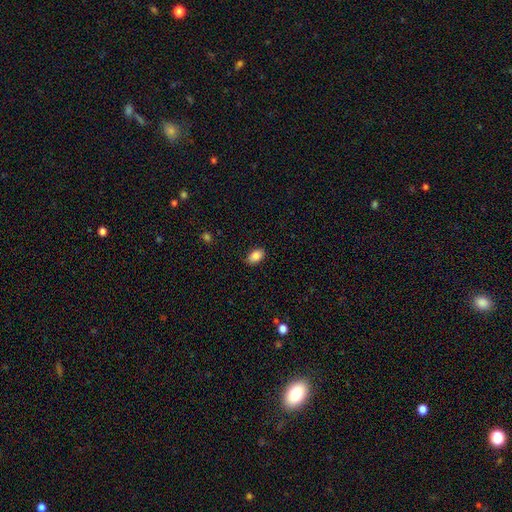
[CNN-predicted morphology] type=smooth (87%); roundness=in between (91%); merging=none (86%).